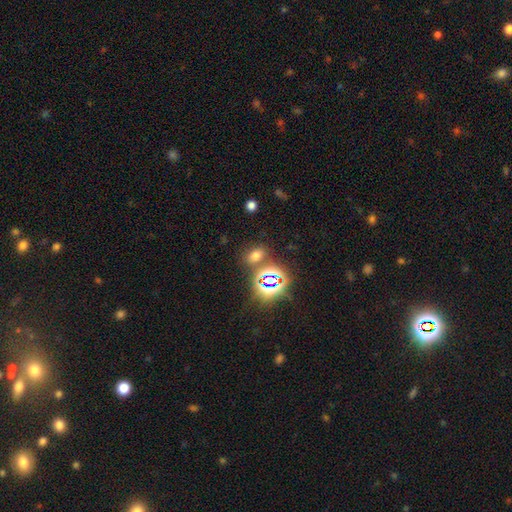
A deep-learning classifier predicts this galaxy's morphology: This is possibly a smooth galaxy (58%). How rounded: likely in between (77%). Merging: likely none (77%).